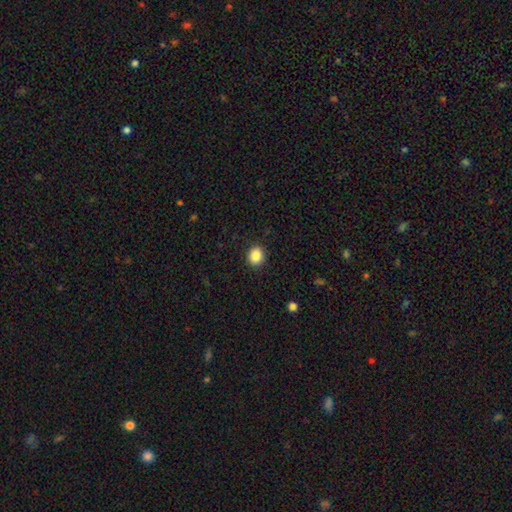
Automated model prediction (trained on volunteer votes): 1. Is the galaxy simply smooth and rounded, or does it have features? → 87% smooth, 9% star or artifact, 4% featured or disk.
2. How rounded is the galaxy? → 66% round, 33% in between, 1% cigar-shaped.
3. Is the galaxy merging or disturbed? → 91% none, 6% minor disturbance, 2% major disturbance, 1% merger.